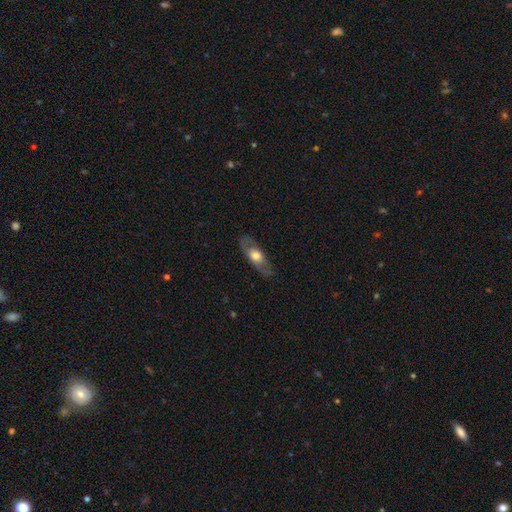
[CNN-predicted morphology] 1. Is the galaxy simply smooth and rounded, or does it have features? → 51% featured or disk, 43% smooth, 6% star or artifact.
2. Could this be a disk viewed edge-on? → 66% no, 34% yes.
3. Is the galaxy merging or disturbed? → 78% none, 16% minor disturbance, 6% major disturbance, 1% merger.